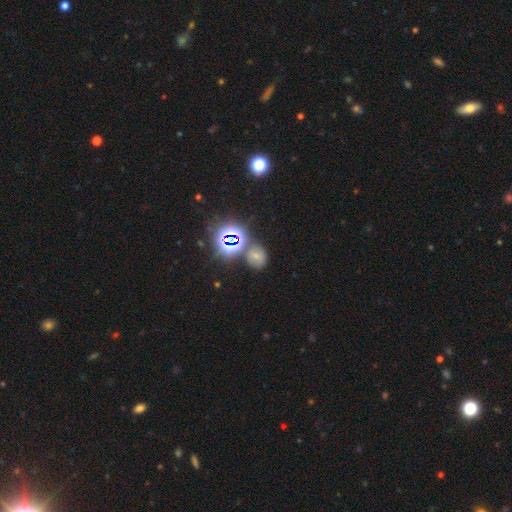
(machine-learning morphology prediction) smooth-or-featured: smooth: 46% | star or artifact: 39% | featured or disk: 15%
  merging: none: 67% | minor disturbance: 15% | merger: 12% | major disturbance: 6%